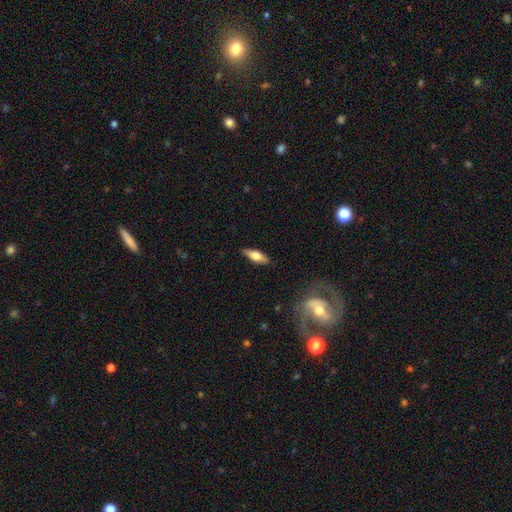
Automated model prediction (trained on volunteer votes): smooth 59%, featured or disk 35%, star or artifact 6%. Down the decision tree: how rounded — in between (59%); merging — none (87%).